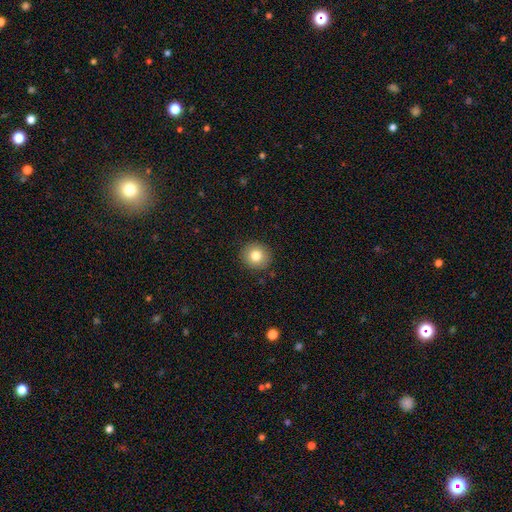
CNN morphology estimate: smooth 80%, star or artifact 10%, featured or disk 9%. Down the decision tree: how rounded — round (91%); merging — none (91%).